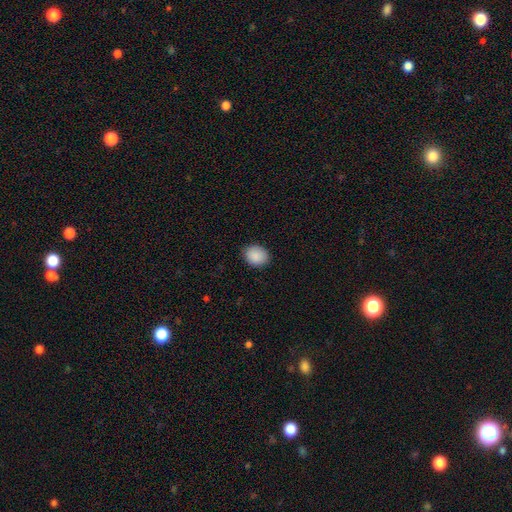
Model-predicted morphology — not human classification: Smooth or featured?
  - smooth: 90% *
  - star or artifact: 7%
  - featured or disk: 3%
How rounded?
  - round: 59% *
  - in between: 40%
  - cigar-shaped: 1%
Merging?
  - none: 89% *
  - minor disturbance: 9%
  - major disturbance: 2%
  - merger: 1%